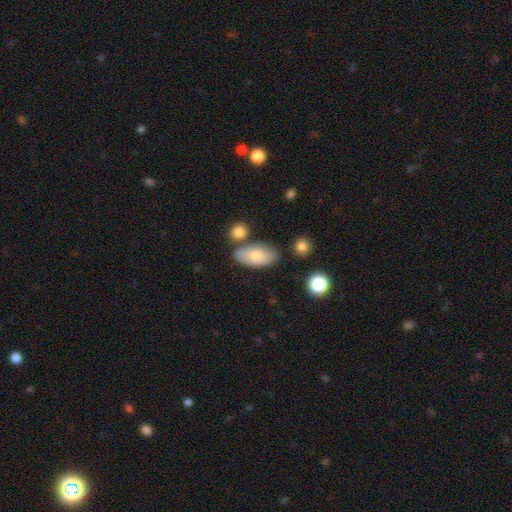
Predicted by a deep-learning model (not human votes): A smooth galaxy with no disk features (79%) that is in between round and cigar-shaped (93%).

Vote fractions:
- Smooth or featured? smooth: 79% / featured or disk: 15% / star or artifact: 6%
- How rounded? in between: 93% / cigar-shaped: 4% / round: 3%
- Merging? none: 71% / minor disturbance: 15% / merger: 10% / major disturbance: 4%